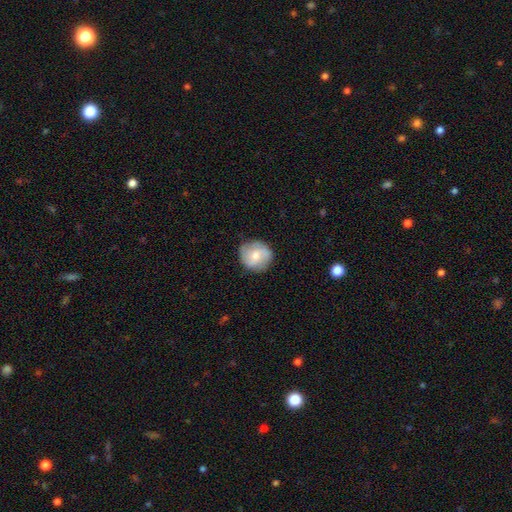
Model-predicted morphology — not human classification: type=smooth (51%); roundness=round (90%); merging=none (81%).